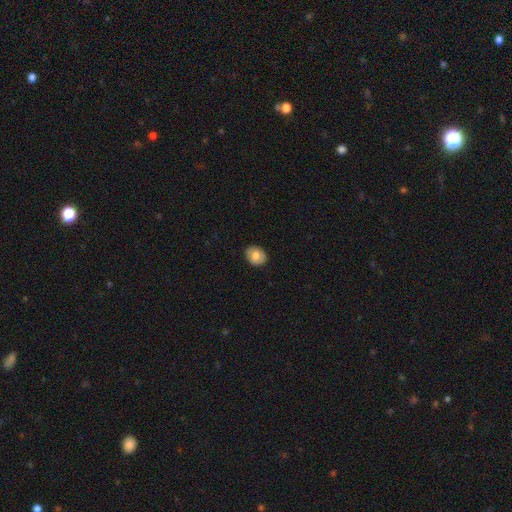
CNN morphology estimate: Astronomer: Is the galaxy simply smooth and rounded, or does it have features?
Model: smooth — 73%.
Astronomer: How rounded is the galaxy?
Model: round — 57% (runner-up: in between, 42%).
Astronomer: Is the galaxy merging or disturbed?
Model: none — 88%.